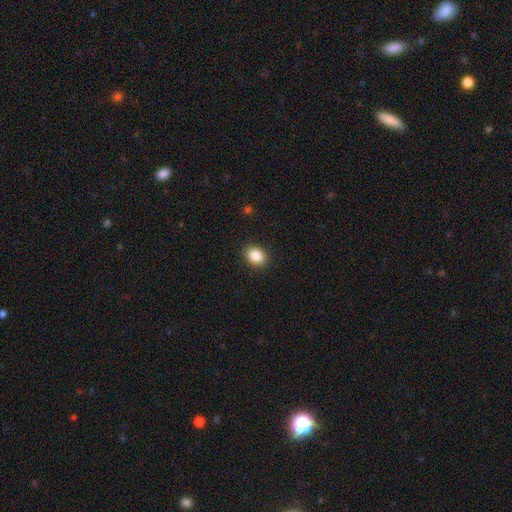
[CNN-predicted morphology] Smooth or featured: smooth — 86% (star or artifact — 9%)
How rounded: in between — 54% (round — 45%)
Merging: none — 90% (minor disturbance — 7%)